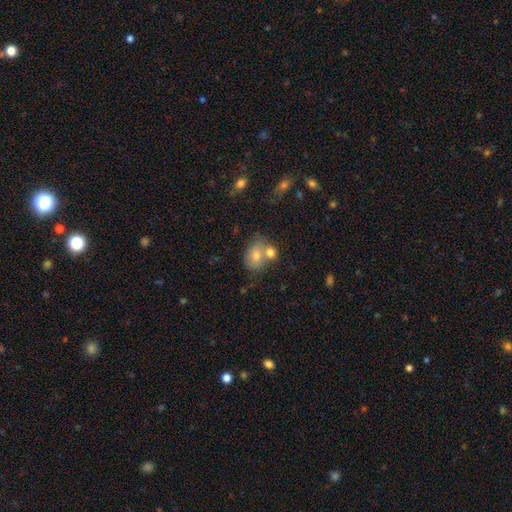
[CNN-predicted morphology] A smooth galaxy with no disk features (76%) that is in between round and cigar-shaped (64%). Merging: merger (47%).